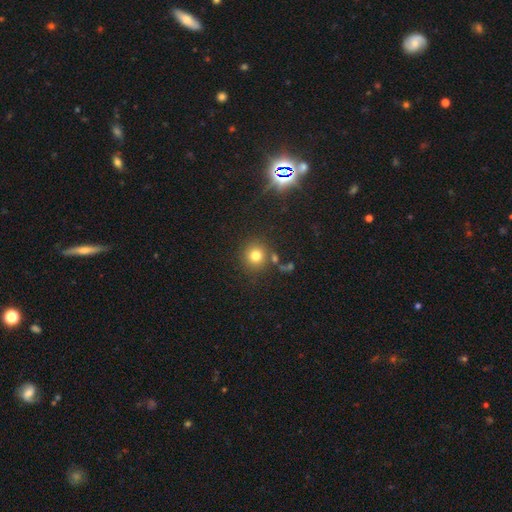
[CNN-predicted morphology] Overall: smooth (76%). How rounded: round (91%). Merging: none (79%).